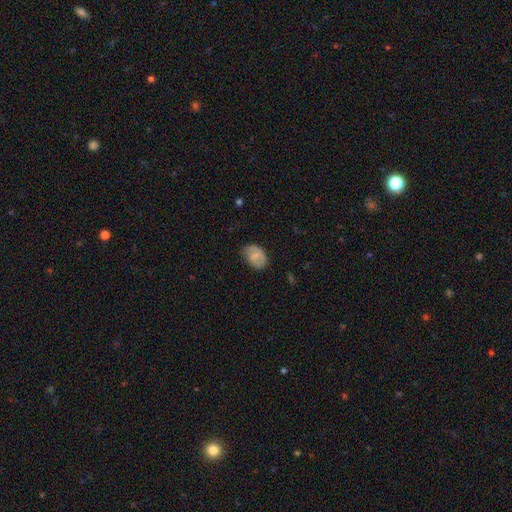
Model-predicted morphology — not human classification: smooth-or-featured: smooth: 64% | featured or disk: 28% | star or artifact: 8%
  how-rounded: in between: 80% | round: 19% | cigar-shaped: 1%
  merging: none: 63% | minor disturbance: 28% | major disturbance: 8% | merger: 1%